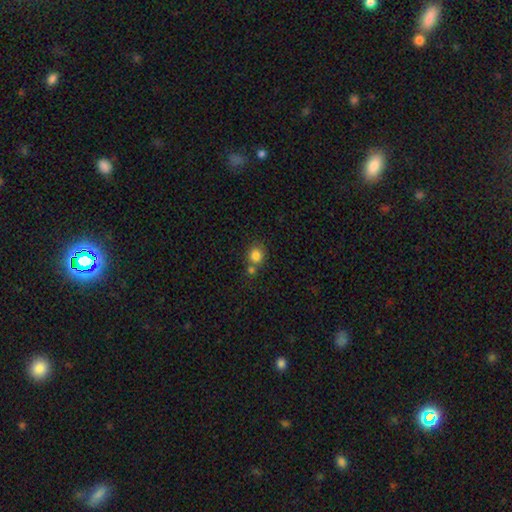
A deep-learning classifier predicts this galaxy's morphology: This is clearly a smooth galaxy (82%). How rounded: clearly round (82%). Merging: possibly none (56%).